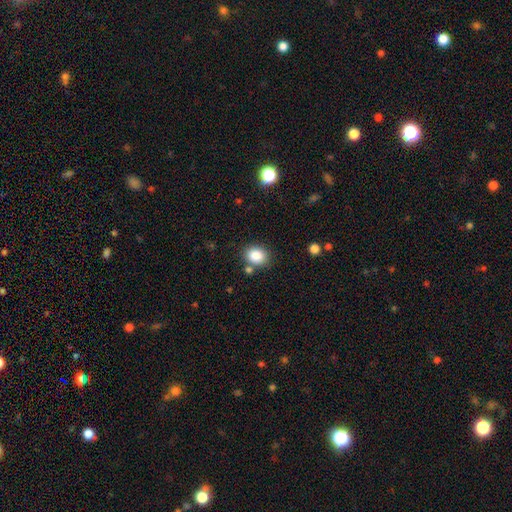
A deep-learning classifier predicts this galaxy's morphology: Smooth or featured? smooth (86%)
How rounded? round (52%)
Merging? none (77%)